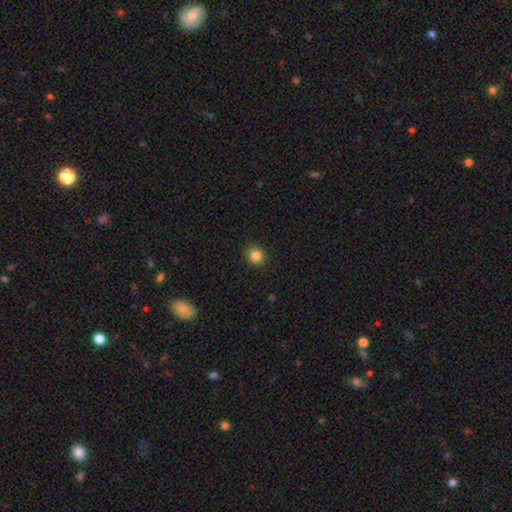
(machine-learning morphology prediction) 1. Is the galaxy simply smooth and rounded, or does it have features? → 85% smooth, 11% star or artifact, 5% featured or disk.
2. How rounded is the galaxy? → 86% round, 13% in between, 1% cigar-shaped.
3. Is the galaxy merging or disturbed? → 91% none, 6% minor disturbance, 2% major disturbance, 1% merger.